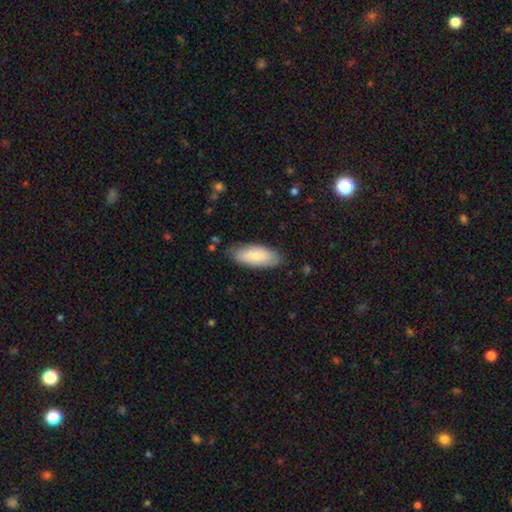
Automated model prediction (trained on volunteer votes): Smooth or featured?
  - smooth: 79% *
  - featured or disk: 16%
  - star or artifact: 5%
How rounded?
  - in between: 80% *
  - cigar-shaped: 18%
  - round: 2%
Merging?
  - none: 81% *
  - minor disturbance: 15%
  - major disturbance: 3%
  - merger: 1%